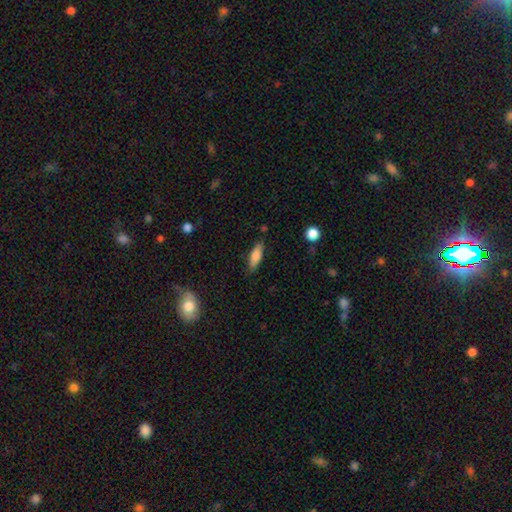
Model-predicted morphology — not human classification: smooth-or-featured: smooth: 79% | featured or disk: 14% | star or artifact: 7%
  how-rounded: in between: 53% | cigar-shaped: 44% | round: 2%
  merging: none: 81% | minor disturbance: 14% | major disturbance: 3% | merger: 2%